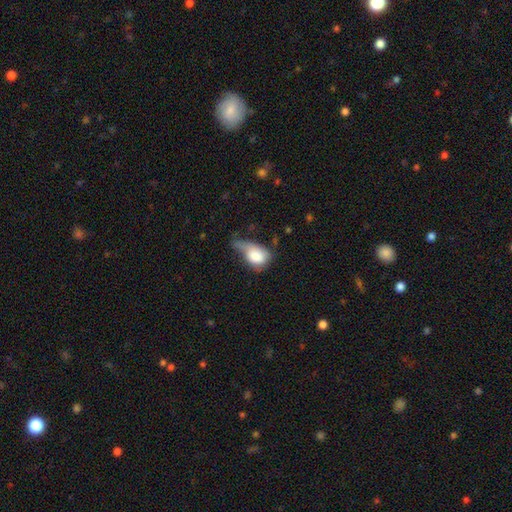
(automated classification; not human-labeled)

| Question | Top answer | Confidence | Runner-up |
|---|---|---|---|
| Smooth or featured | smooth | 77% | featured or disk (15%) |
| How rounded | in between | 77% | round (21%) |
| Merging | major disturbance | 40% | minor disturbance (34%) |